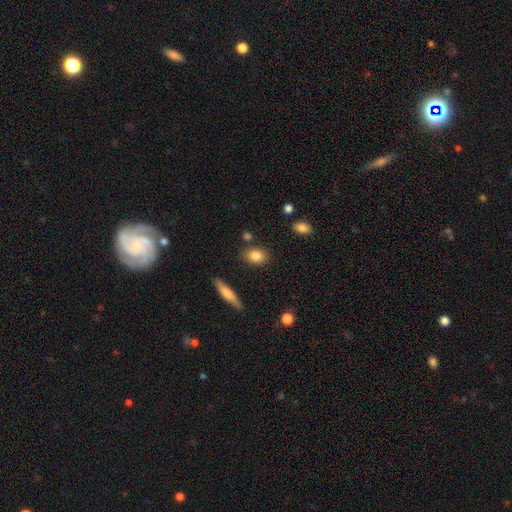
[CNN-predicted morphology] A smooth galaxy with no disk features (84%) that is in between round and cigar-shaped (73%). Merging: none (82%).